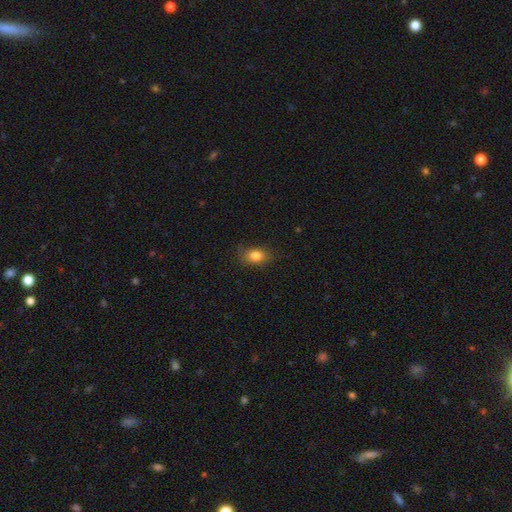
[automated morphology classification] Smooth or featured: smooth — 83% (star or artifact — 10%)
How rounded: in between — 76% (round — 22%)
Merging: none — 80% (minor disturbance — 15%)